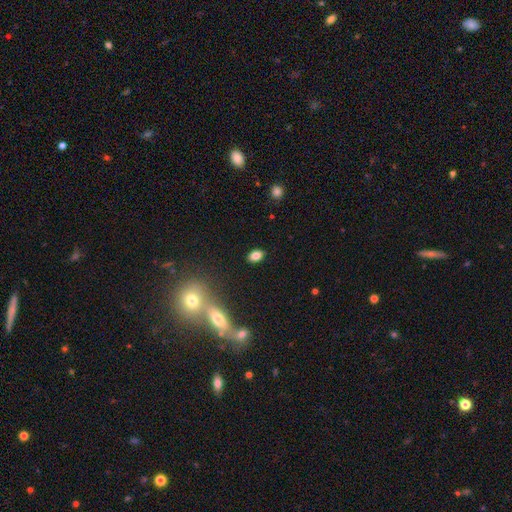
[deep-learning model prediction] Q: Smooth or featured?
A: smooth (82%); runner-up: star or artifact (11%)
Q: How rounded?
A: in between (85%); runner-up: round (13%)
Q: Merging?
A: none (87%); runner-up: minor disturbance (9%)